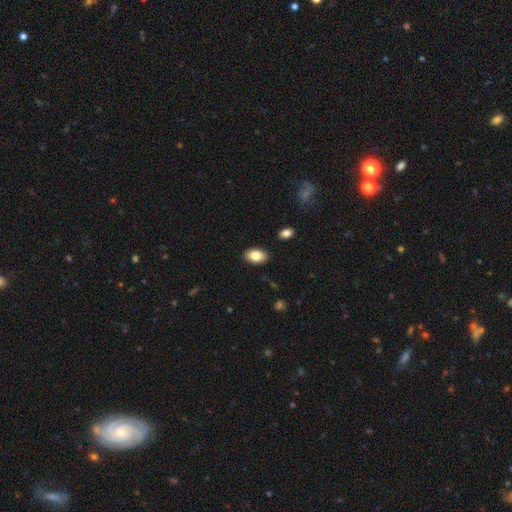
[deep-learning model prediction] This appears to be a smooth galaxy with no disk features (82%) that is in between round and cigar-shaped (92%). Merging: none (88%).